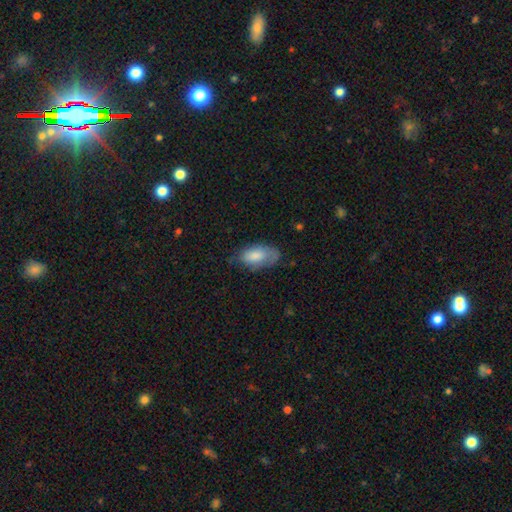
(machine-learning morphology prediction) This is likely a smooth galaxy (77%). How rounded: clearly in between (93%). Merging: possibly none (57%).